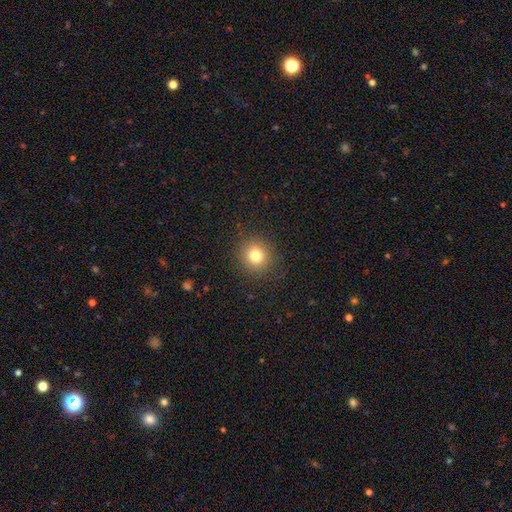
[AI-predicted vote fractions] Overall: smooth (79%). How rounded: round (91%). Merging: none (90%).